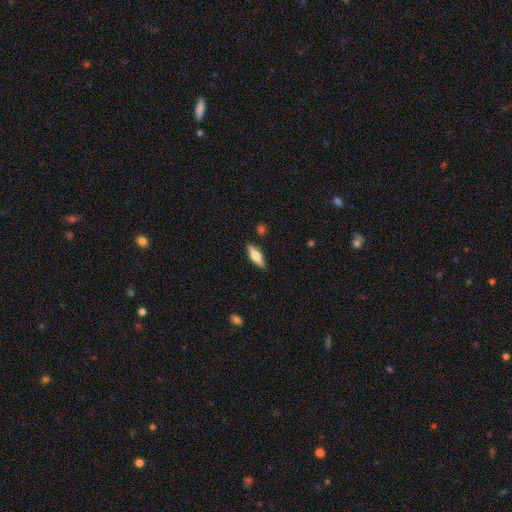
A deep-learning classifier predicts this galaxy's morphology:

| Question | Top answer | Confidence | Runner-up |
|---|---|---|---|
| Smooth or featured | smooth | 56% | featured or disk (38%) |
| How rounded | cigar-shaped | 54% | in between (44%) |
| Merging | none | 86% | minor disturbance (10%) |